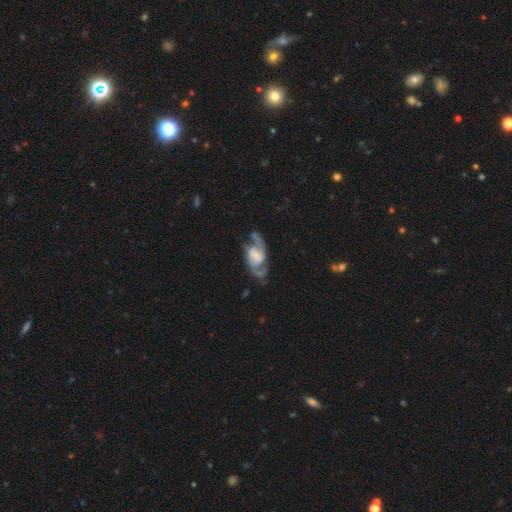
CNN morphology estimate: This is clearly a featured or disk galaxy (87%). It is clearly not viewed edge-on (96%). Bar: marginally weak (43%). Spiral arm pattern: clearly yes (95%). Spiral arm count: clearly 2 (91%). Spiral winding: possibly medium (51%). Central bulge: possibly small (46%). Merging: likely none (69%).